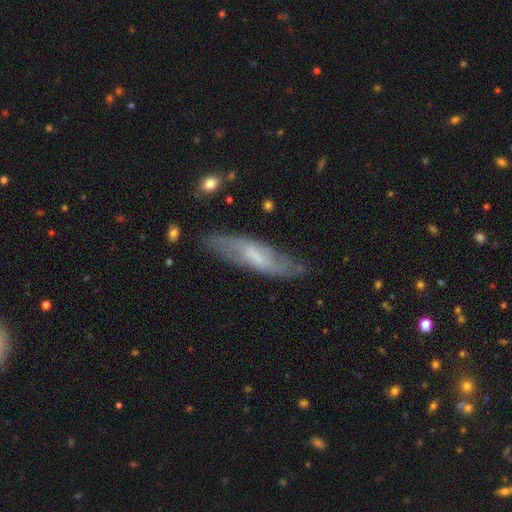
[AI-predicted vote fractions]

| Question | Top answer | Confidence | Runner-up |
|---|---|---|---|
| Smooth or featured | featured or disk | 55% | smooth (38%) |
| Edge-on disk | no | 66% | yes (34%) |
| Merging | none | 73% | minor disturbance (19%) |